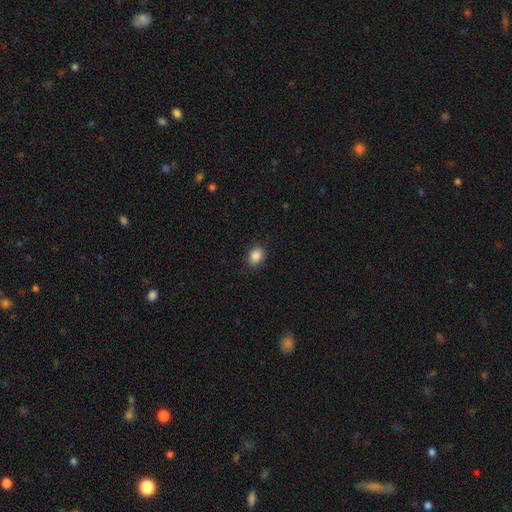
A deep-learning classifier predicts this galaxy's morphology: This appears to be a smooth galaxy with no disk features (88%) that is in between round and cigar-shaped (63%). Merging: none (88%).